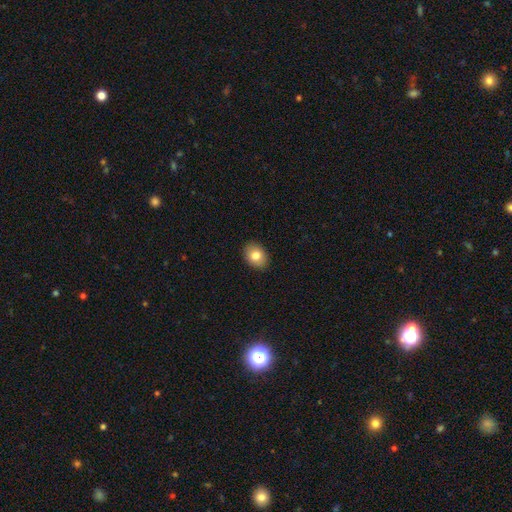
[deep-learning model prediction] Q: Smooth or featured?
A: smooth (81%); runner-up: featured or disk (10%)
Q: How rounded?
A: in between (67%); runner-up: round (32%)
Q: Merging?
A: none (90%); runner-up: minor disturbance (7%)